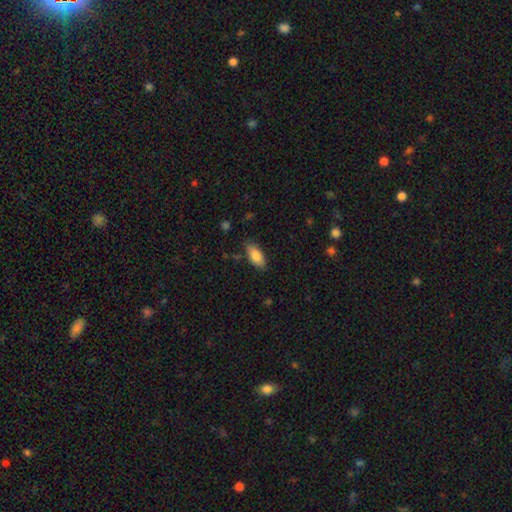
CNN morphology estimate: Smooth or featured? smooth (83%)
How rounded? in between (86%)
Merging? none (80%)